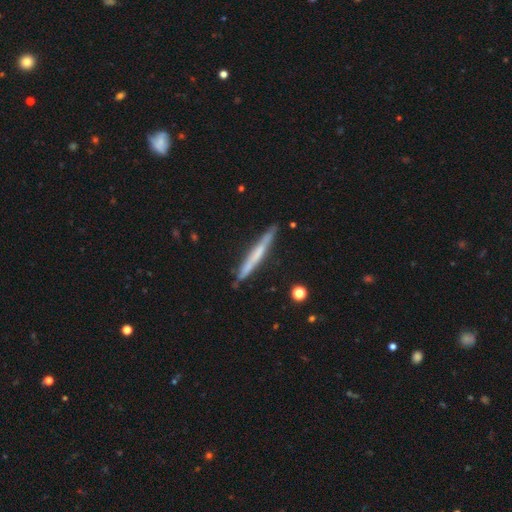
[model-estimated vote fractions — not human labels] smooth-or-featured: featured or disk: 50% | smooth: 44% | star or artifact: 6%
  disk-edge-on: yes: 95% | no: 5%
  merging: none: 85% | minor disturbance: 11% | major disturbance: 2% | merger: 2%